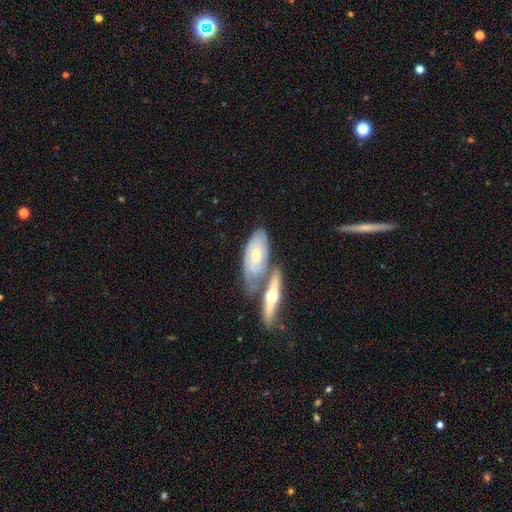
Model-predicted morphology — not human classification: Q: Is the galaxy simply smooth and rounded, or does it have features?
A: featured or disk — 70%.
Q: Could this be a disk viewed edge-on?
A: no — 77%.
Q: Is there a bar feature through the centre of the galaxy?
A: no — 67%.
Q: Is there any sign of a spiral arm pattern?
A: yes — 75%.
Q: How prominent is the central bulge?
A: moderate — 63%.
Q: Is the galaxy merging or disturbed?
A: none — 43%.